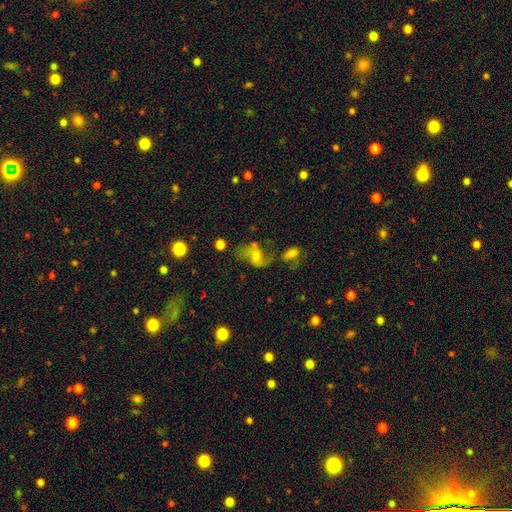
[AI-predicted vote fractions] Q: Smooth or featured?
A: featured or disk (52%); runner-up: smooth (34%)
Q: Edge-on disk?
A: no (96%); runner-up: yes (4%)
Q: Merging?
A: none (37%); runner-up: major disturbance (22%)